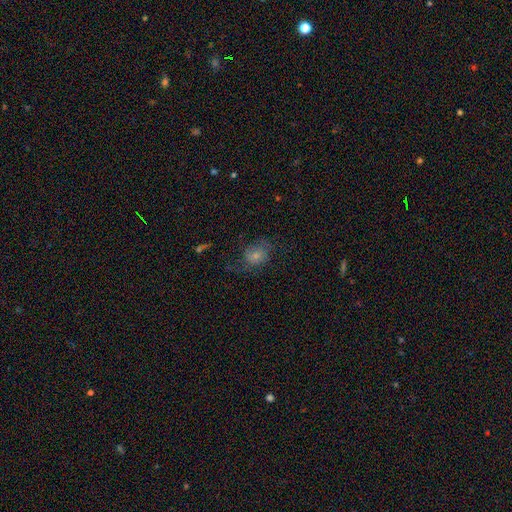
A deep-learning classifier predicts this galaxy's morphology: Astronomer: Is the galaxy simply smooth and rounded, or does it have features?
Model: smooth — 60%.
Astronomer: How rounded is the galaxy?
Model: round — 52% (runner-up: in between, 46%).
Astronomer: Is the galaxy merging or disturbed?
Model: none — 50%.